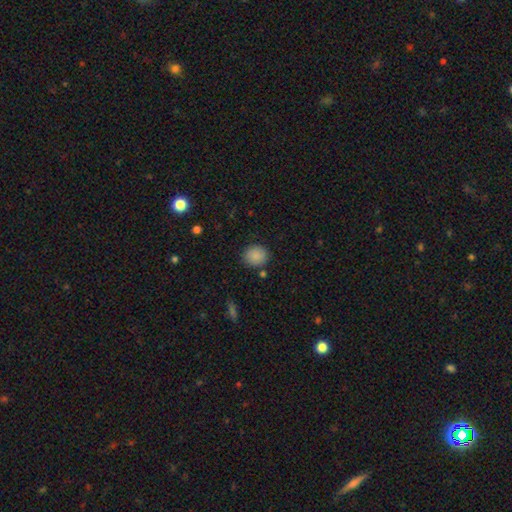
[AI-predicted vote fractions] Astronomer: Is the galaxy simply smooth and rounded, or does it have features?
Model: smooth — 88%.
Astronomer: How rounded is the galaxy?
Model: round — 79%.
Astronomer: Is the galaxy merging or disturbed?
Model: none — 84%.